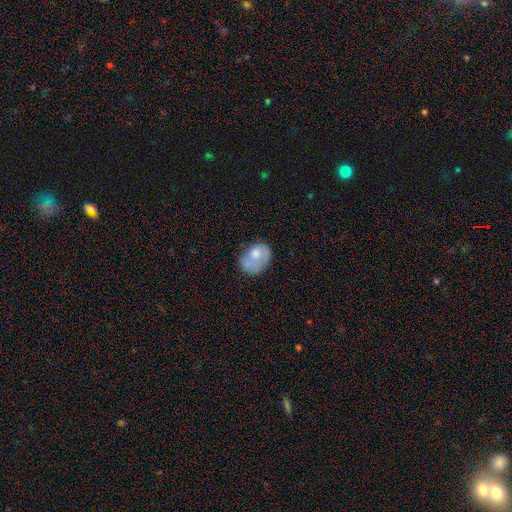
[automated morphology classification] The model was most divided on "merging": none: 33%, minor disturbance: 28%, major disturbance: 21%, merger: 17%. More confident: how rounded — in between (68%); smooth or featured — smooth (62%).